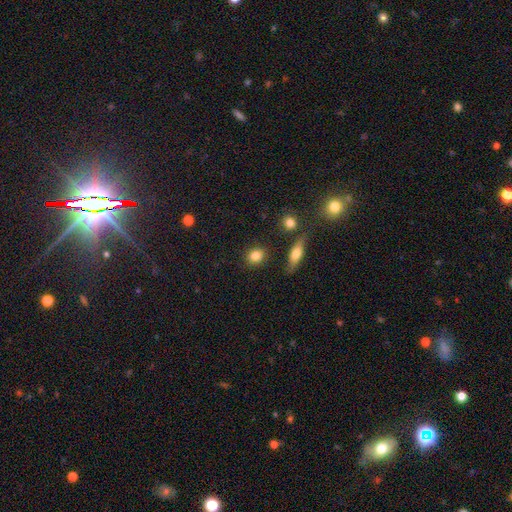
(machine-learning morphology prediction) This is clearly a smooth galaxy (85%). How rounded: likely round (66%). Merging: clearly none (86%).